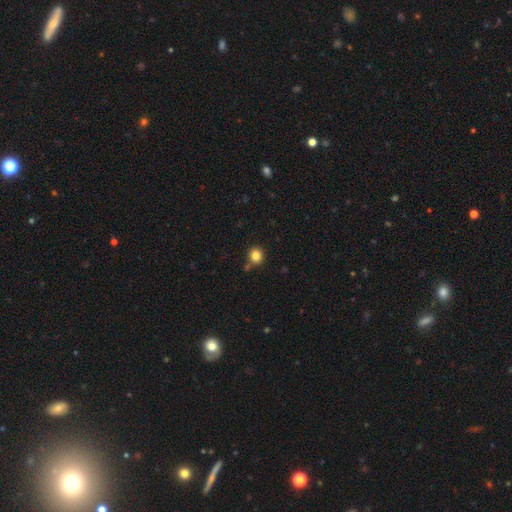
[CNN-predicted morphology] Overall: smooth (84%). How rounded: round (89%). Merging: none (82%).